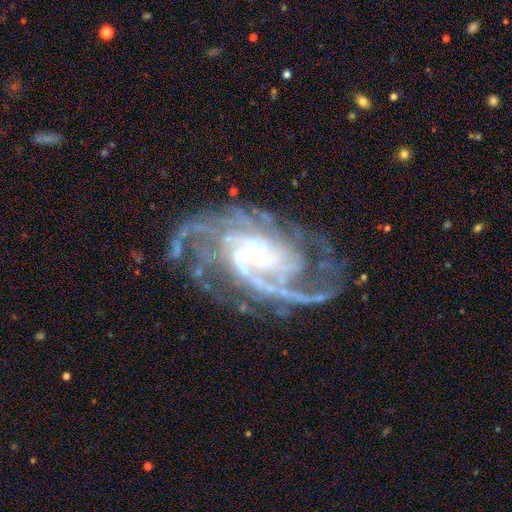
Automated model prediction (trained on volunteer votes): Overall: featured or disk (91%). Edge-on disk: no (97%). Bar: no (54%; weak 31%). Spiral arms: yes (98%). Spiral arm count: 2 (22%; can't tell 19%). Spiral winding: tight (47%; medium 42%). Bulge size: small (78%). Merging: none (65%).